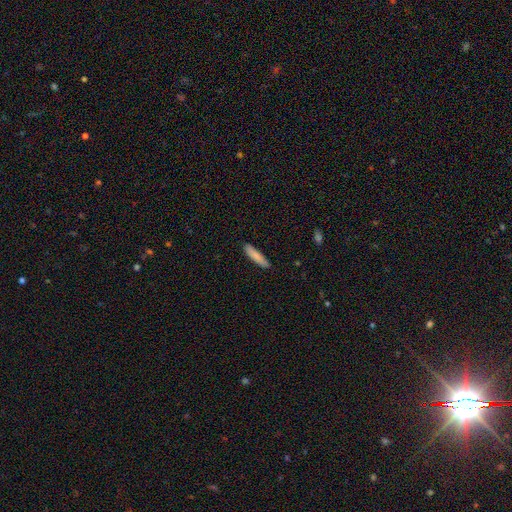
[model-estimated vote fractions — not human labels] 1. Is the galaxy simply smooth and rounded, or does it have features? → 84% smooth, 10% featured or disk, 6% star or artifact.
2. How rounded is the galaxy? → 83% cigar-shaped, 15% in between, 1% round.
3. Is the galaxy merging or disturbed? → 87% none, 10% minor disturbance, 2% major disturbance, 1% merger.